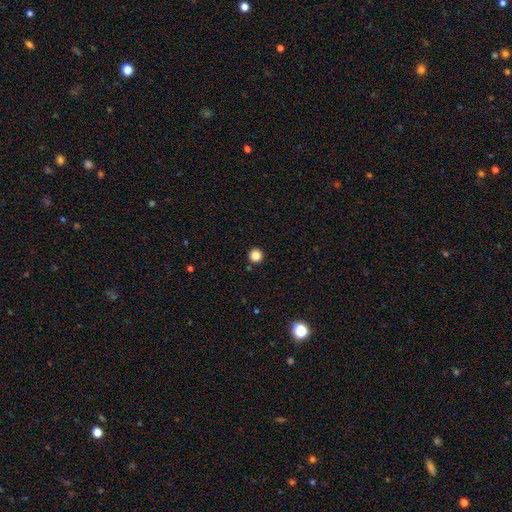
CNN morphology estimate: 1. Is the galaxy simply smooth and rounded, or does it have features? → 85% smooth, 11% star or artifact, 4% featured or disk.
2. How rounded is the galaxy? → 96% round, 3% in between, 1% cigar-shaped.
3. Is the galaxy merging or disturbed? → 92% none, 4% minor disturbance, 2% merger, 1% major disturbance.